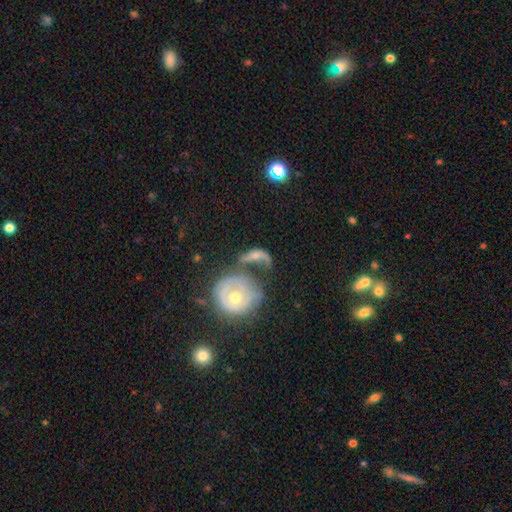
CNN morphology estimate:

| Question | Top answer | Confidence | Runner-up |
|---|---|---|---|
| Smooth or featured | featured or disk | 55% | smooth (36%) |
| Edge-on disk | no | 93% | yes (7%) |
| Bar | no | 73% | weak (20%) |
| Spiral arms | yes | 59% | no (41%) |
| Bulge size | moderate | 55% | small (31%) |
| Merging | merger | 40% | major disturbance (27%) |